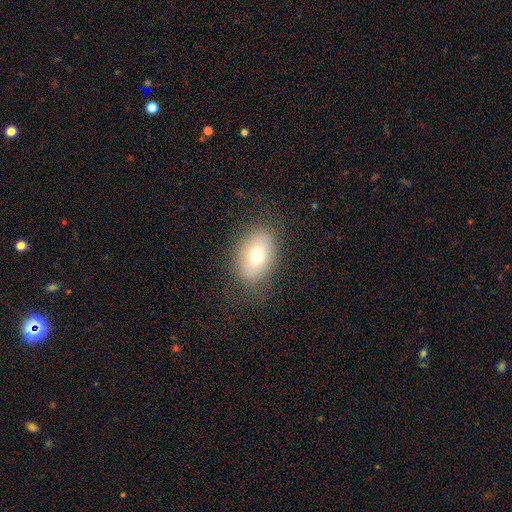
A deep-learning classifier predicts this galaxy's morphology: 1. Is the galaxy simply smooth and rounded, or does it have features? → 68% smooth, 21% featured or disk, 11% star or artifact.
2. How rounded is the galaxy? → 80% in between, 19% round, 1% cigar-shaped.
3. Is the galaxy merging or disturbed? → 79% none, 14% minor disturbance, 6% major disturbance, 1% merger.